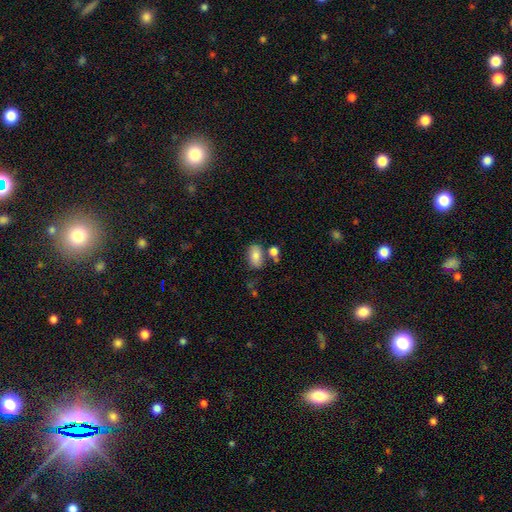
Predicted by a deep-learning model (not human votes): A smooth galaxy with no disk features (83%) that is in between round and cigar-shaped (89%).

Vote fractions:
- Smooth or featured? smooth: 83% / featured or disk: 9% / star or artifact: 8%
- How rounded? in between: 89% / round: 9% / cigar-shaped: 2%
- Merging? none: 64% / minor disturbance: 16% / merger: 14% / major disturbance: 5%